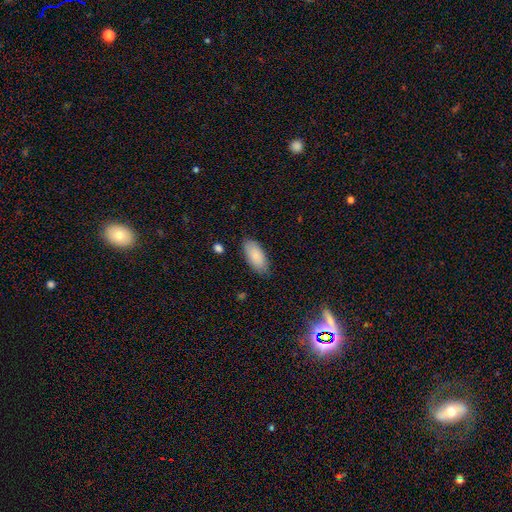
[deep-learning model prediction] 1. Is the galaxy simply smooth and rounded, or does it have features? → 86% smooth, 8% featured or disk, 6% star or artifact.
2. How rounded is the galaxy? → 89% in between, 9% cigar-shaped, 2% round.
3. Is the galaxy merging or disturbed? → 82% none, 14% minor disturbance, 3% major disturbance, 1% merger.